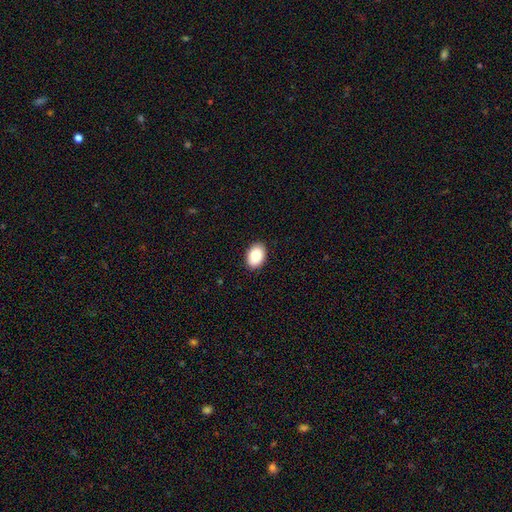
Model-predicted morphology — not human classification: smooth-or-featured: smooth: 86% | star or artifact: 7% | featured or disk: 7%
  how-rounded: in between: 82% | round: 17% | cigar-shaped: 1%
  merging: none: 90% | minor disturbance: 7% | major disturbance: 2% | merger: 1%